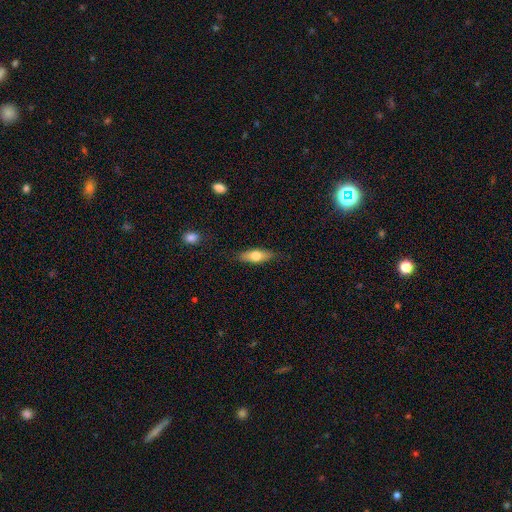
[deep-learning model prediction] Morphology: type=smooth (66%); roundness=in between (62%); merging=none (82%).